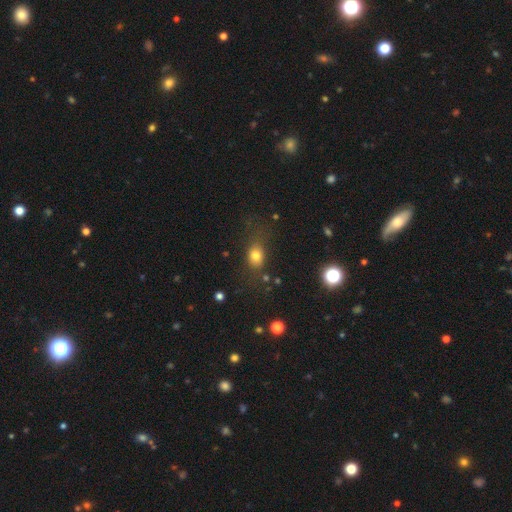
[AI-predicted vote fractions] smooth 76%, star or artifact 14%, featured or disk 10%. Down the decision tree: how rounded — in between (60%); merging — none (64%).